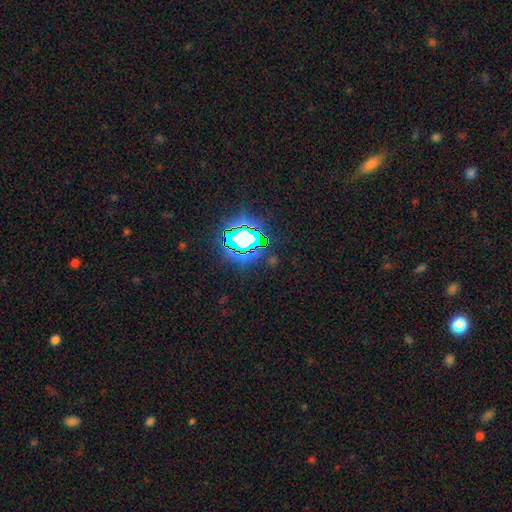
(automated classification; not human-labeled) This appears to be a star or artifact, not a galaxy (82%).